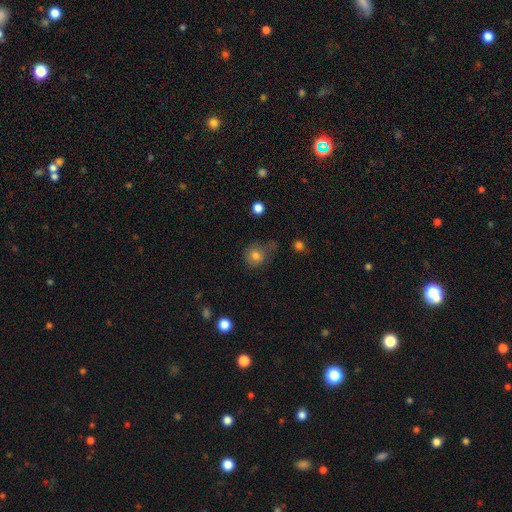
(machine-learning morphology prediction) type=smooth (78%); roundness=round (78%); merging=none (53%).